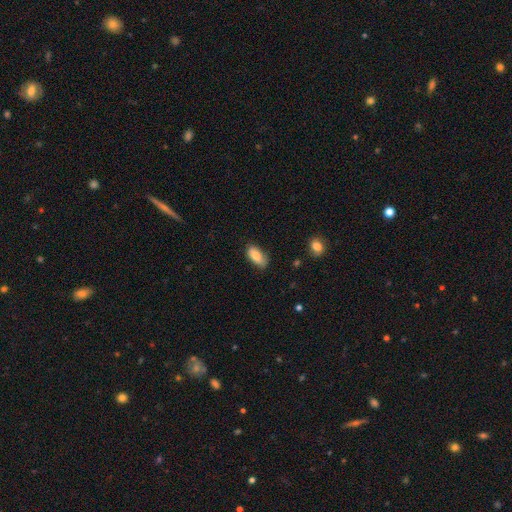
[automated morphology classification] Overall: smooth (82%). How rounded: in between (90%). Merging: none (71%).